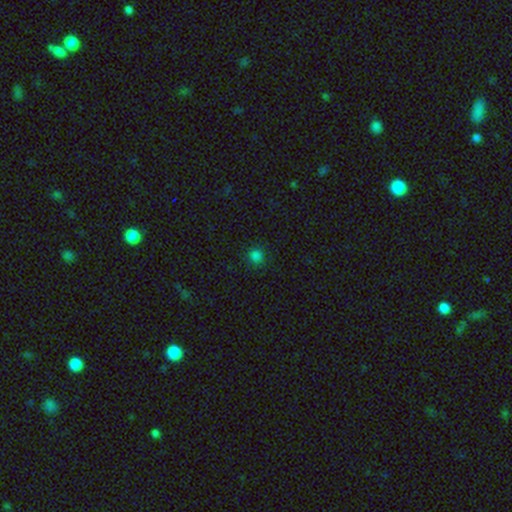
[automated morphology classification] This appears to be a smooth galaxy with no disk features (81%) that is round (92%). Merging: none (90%).